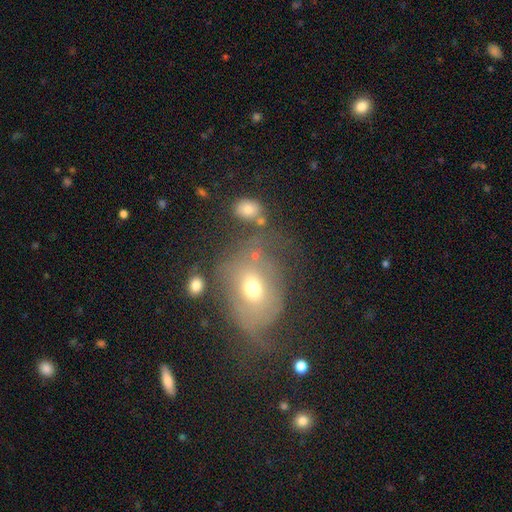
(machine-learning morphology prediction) Smooth or featured: smooth — 53% (featured or disk — 33%)
How rounded: in between — 54% (round — 44%)
Merging: none — 36% (major disturbance — 28%)